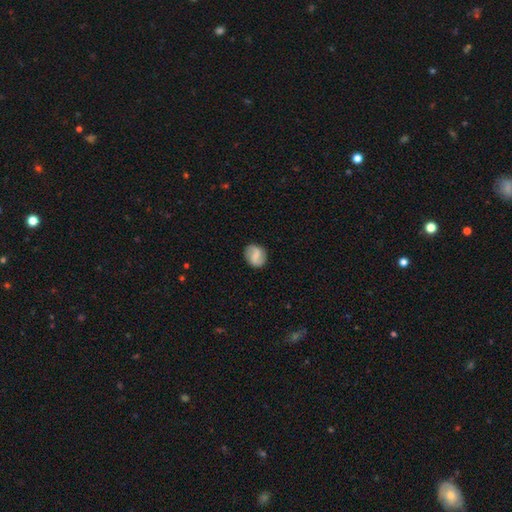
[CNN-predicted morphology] The model was most divided on "bulge size": none: 43%, small: 36%, moderate: 17%, large: 3%, dominant: 1%. Remaining: edge-on disk — no (98%); spiral arms — yes (88%); merging — none (85%); smooth or featured — featured or disk (58%); bar — weak (46%).